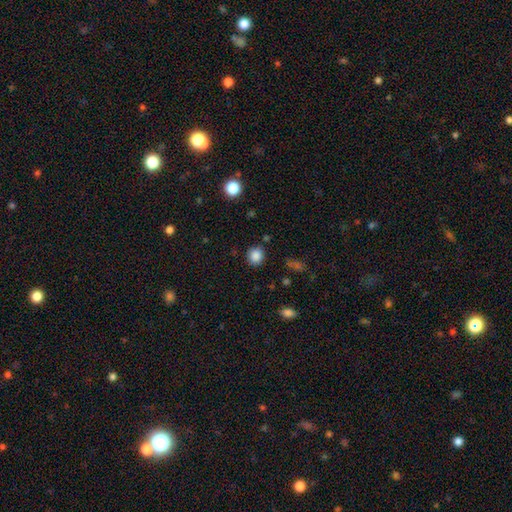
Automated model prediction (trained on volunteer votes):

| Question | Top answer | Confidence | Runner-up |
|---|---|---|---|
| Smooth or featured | smooth | 86% | star or artifact (10%) |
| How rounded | round | 85% | in between (14%) |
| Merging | none | 87% | minor disturbance (8%) |